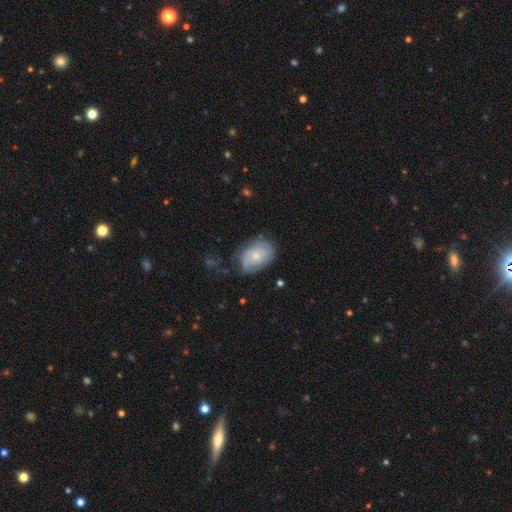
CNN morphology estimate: Overall: smooth (50%; featured or disk 43%). How rounded: in between (79%). Merging: none (61%; minor disturbance 27%).